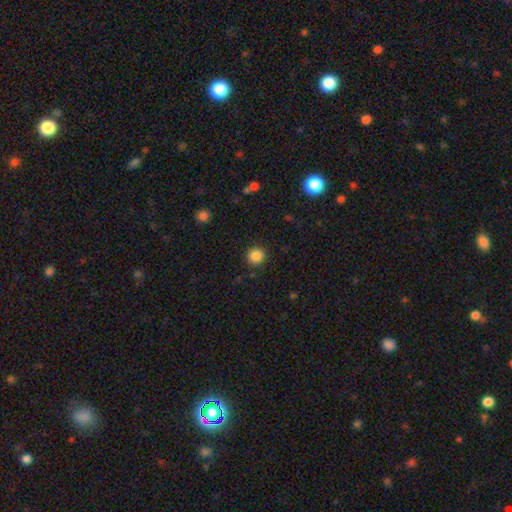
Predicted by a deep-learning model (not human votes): This is clearly a smooth galaxy (86%). How rounded: clearly round (94%). Merging: clearly none (91%).